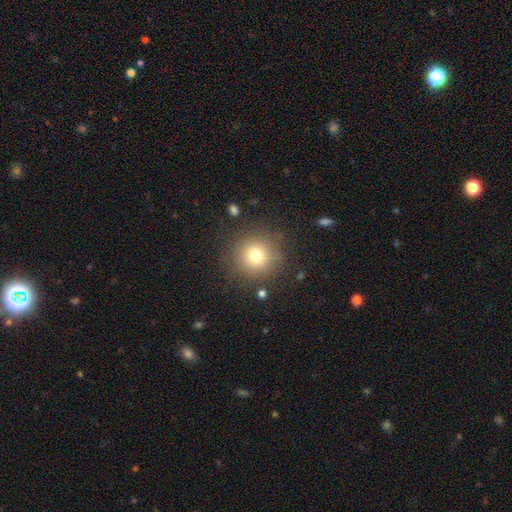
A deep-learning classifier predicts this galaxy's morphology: smooth-or-featured: smooth: 76% | star or artifact: 14% | featured or disk: 10%
  how-rounded: round: 94% | in between: 5% | cigar-shaped: 1%
  merging: none: 86% | minor disturbance: 8% | major disturbance: 4% | merger: 2%